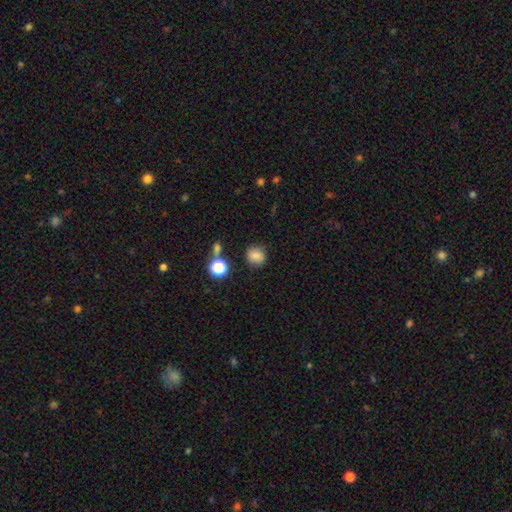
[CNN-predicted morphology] Smooth or featured? smooth (82%)
How rounded? round (82%)
Merging? none (83%)